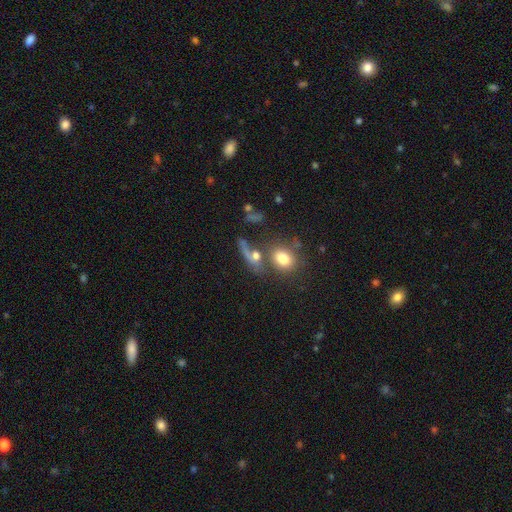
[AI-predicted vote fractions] Smooth or featured?
  - smooth: 59% *
  - featured or disk: 26%
  - star or artifact: 15%
How rounded?
  - in between: 47% *
  - round: 39%
  - cigar-shaped: 15%
Merging?
  - none: 36% *
  - merger: 33%
  - major disturbance: 18%
  - minor disturbance: 14%